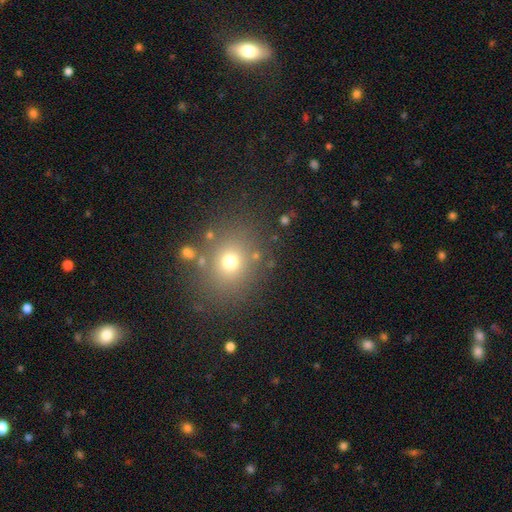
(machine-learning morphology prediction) smooth_or_featured: smooth (p=0.67) [alt: star or artifact p=0.22]
how_rounded: round (p=0.72) [alt: in between p=0.27]
merging: none (p=0.81) [alt: minor disturbance p=0.09]